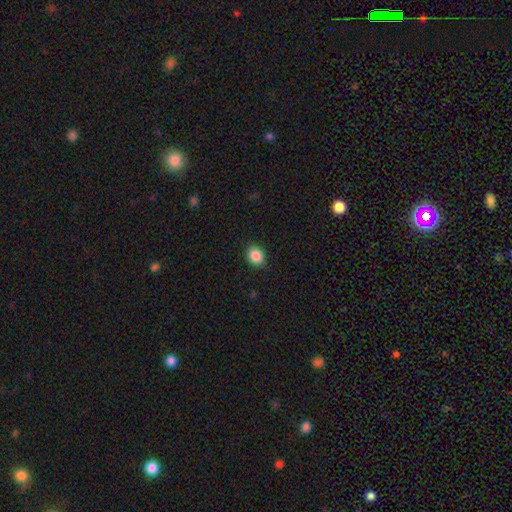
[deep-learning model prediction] Smooth or featured? Predicted: smooth (p=0.88). How rounded? Predicted: round (p=0.53). Merging? Predicted: none (p=0.90).